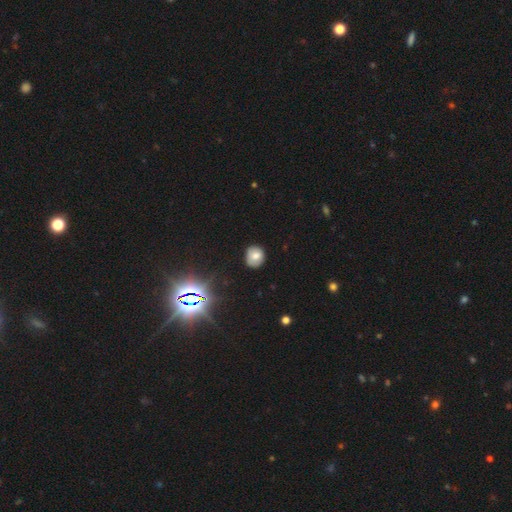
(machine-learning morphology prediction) Smooth or featured: smooth — 73% (star or artifact — 14%)
How rounded: round — 76% (in between — 23%)
Merging: none — 80% (minor disturbance — 16%)